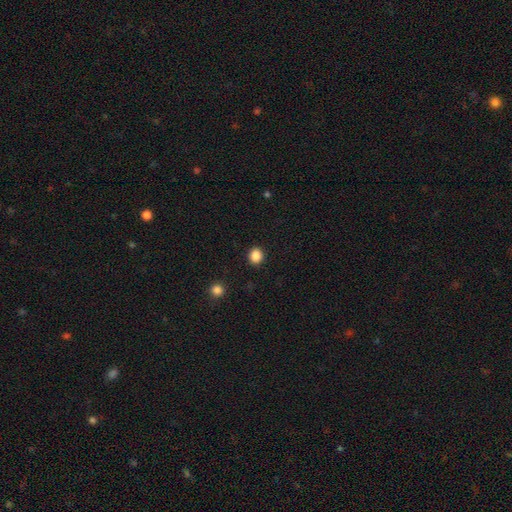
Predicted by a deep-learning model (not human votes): A smooth galaxy with no disk features (87%) that is round (81%).

Vote fractions:
- Smooth or featured? smooth: 87% / star or artifact: 10% / featured or disk: 3%
- How rounded? round: 81% / in between: 18% / cigar-shaped: 1%
- Merging? none: 92% / minor disturbance: 5% / major disturbance: 2% / merger: 1%